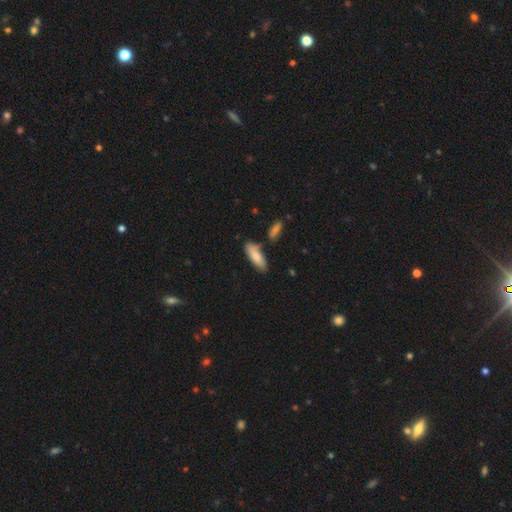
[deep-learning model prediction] Smooth or featured? smooth (82%)
How rounded? in between (61%)
Merging? none (74%)